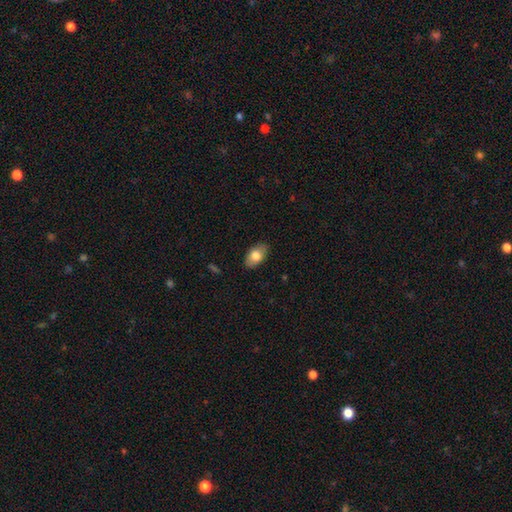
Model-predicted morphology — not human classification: smooth-or-featured: smooth: 78% | featured or disk: 15% | star or artifact: 7%
  how-rounded: in between: 92% | round: 6% | cigar-shaped: 2%
  merging: none: 85% | minor disturbance: 12% | major disturbance: 2% | merger: 1%